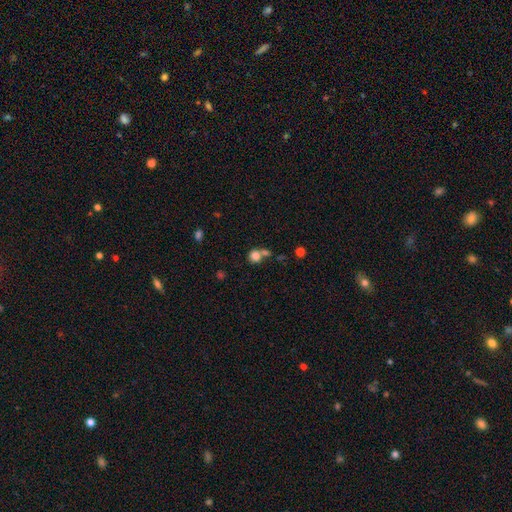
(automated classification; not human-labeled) smooth 80%, star or artifact 12%, featured or disk 9%. Down the decision tree: how rounded — round (80%); merging — merger (44%).